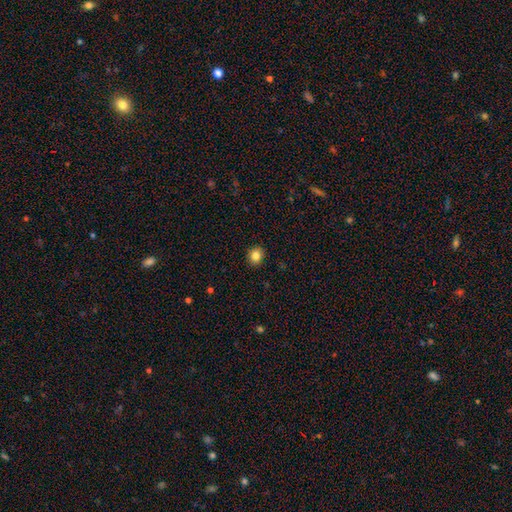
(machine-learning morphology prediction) Q: Smooth or featured?
A: smooth (83%); runner-up: star or artifact (10%)
Q: How rounded?
A: round (70%); runner-up: in between (29%)
Q: Merging?
A: none (91%); runner-up: minor disturbance (6%)